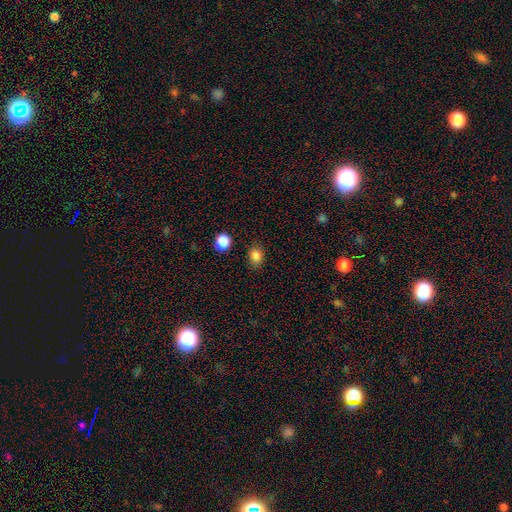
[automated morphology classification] Overall: smooth (85%). How rounded: in between (50%; round 49%). Merging: none (83%).